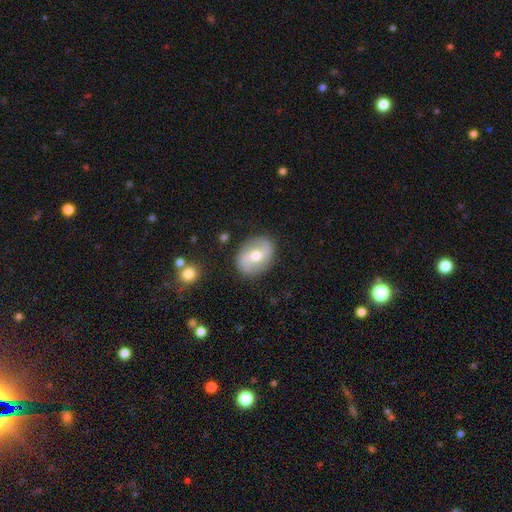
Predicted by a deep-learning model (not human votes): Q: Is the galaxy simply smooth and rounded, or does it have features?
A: featured or disk — 63%.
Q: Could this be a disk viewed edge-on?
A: no — 96%.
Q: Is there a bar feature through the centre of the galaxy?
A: weak — 41%.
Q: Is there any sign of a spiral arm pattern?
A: yes — 78%.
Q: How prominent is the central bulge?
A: moderate — 69%.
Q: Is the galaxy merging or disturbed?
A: none — 85%.